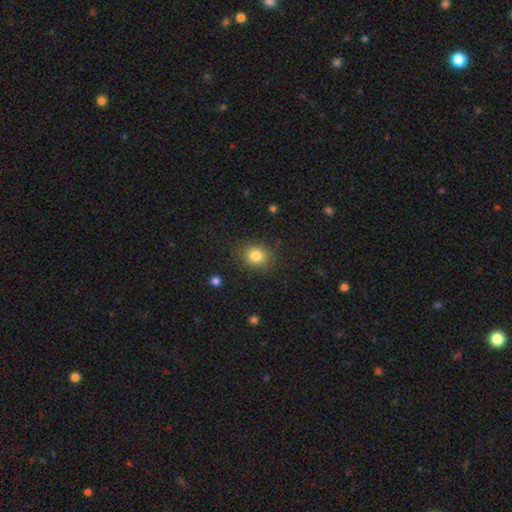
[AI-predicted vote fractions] Smooth or featured? smooth (83%)
How rounded? round (72%)
Merging? none (85%)